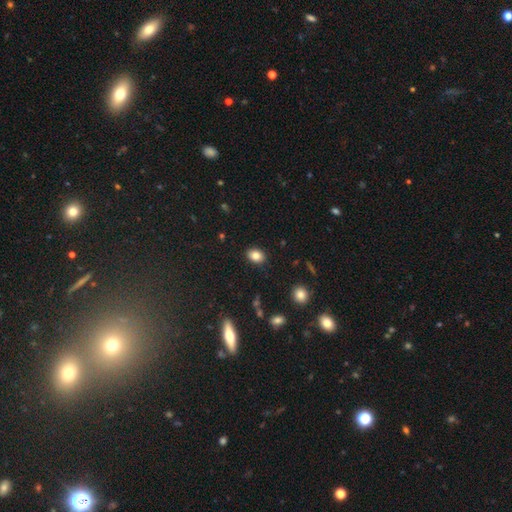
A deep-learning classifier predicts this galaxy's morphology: The model was most divided on "how rounded": in between: 70%, round: 29%, cigar-shaped: 1%. More confident: merging — none (88%); smooth or featured — smooth (83%).